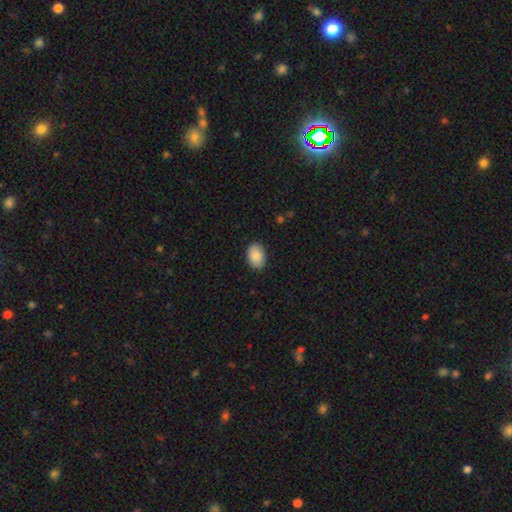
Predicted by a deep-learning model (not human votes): Q: Smooth or featured?
A: smooth (89%); runner-up: star or artifact (7%)
Q: How rounded?
A: in between (84%); runner-up: round (15%)
Q: Merging?
A: none (88%); runner-up: minor disturbance (9%)